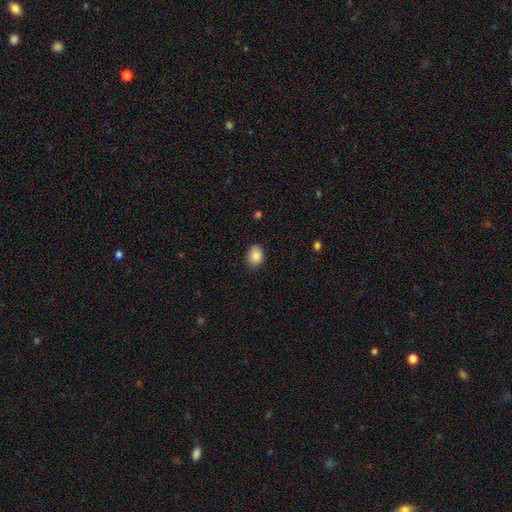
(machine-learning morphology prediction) A smooth galaxy with no disk features (87%) that is in between round and cigar-shaped (58%). Merging: none (80%).